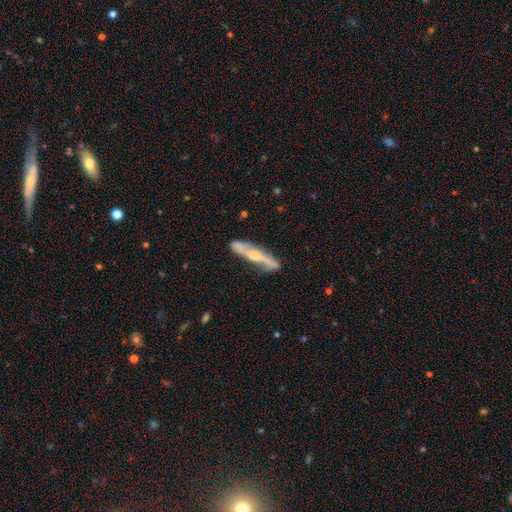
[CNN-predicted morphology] Smooth or featured? Predicted: featured or disk (p=0.69). Edge-on disk? Predicted: yes (p=0.55). Merging? Predicted: none (p=0.74).